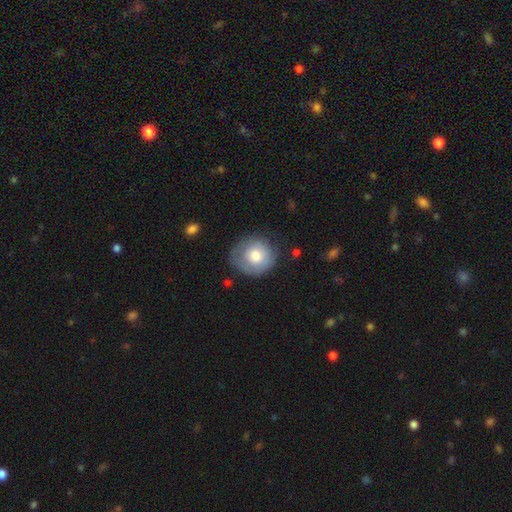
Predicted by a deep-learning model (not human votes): A smooth galaxy with no disk features (71%) that is round (86%). Merging: none (64%).